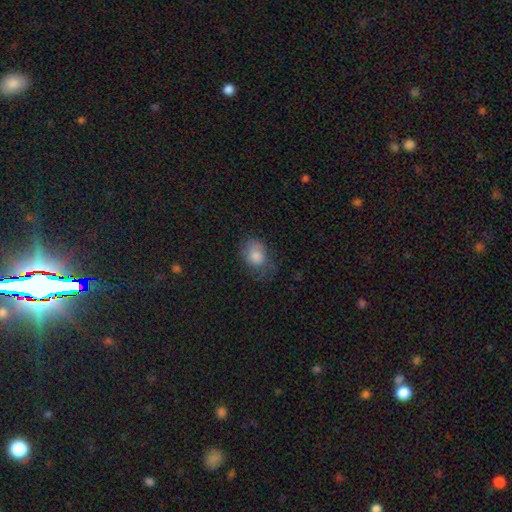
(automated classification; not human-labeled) smooth 75%, featured or disk 15%, star or artifact 9%. Down the decision tree: how rounded — in between (65%); merging — none (51%).